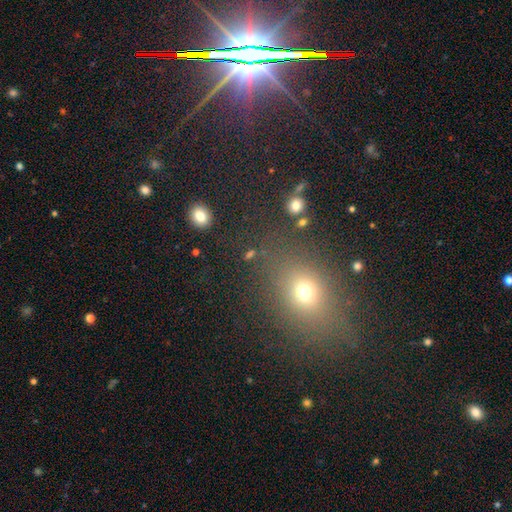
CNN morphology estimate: smooth 46%, star or artifact 40%, featured or disk 14%. Down the decision tree: merging — none (83%).